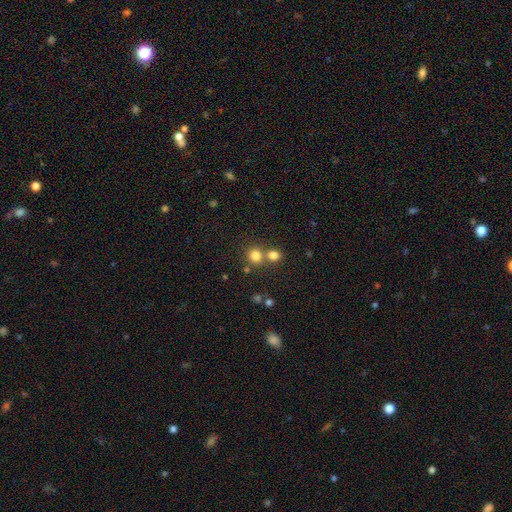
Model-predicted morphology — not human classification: type=smooth (79%); roundness=round (85%); merging=none (56%).